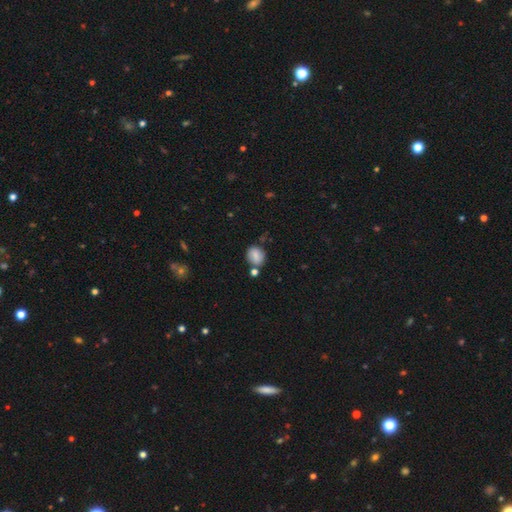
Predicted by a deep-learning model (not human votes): smooth-or-featured: smooth: 74% | featured or disk: 17% | star or artifact: 9%
  how-rounded: round: 61% | in between: 38% | cigar-shaped: 1%
  merging: none: 66% | minor disturbance: 15% | merger: 14% | major disturbance: 4%